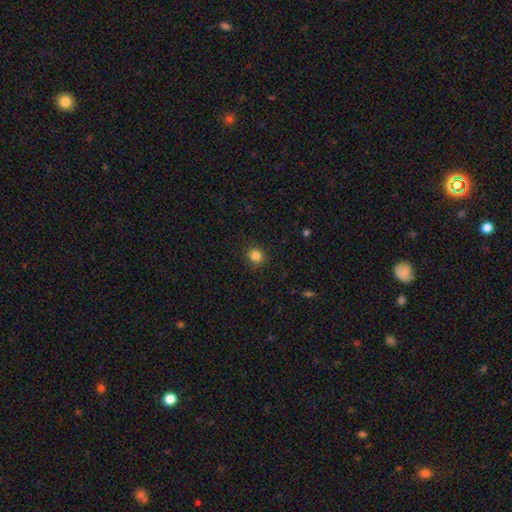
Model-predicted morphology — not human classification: The model was most divided on "smooth or featured": smooth: 84%, star or artifact: 12%, featured or disk: 4%. More confident: merging — none (91%); how rounded — round (87%).